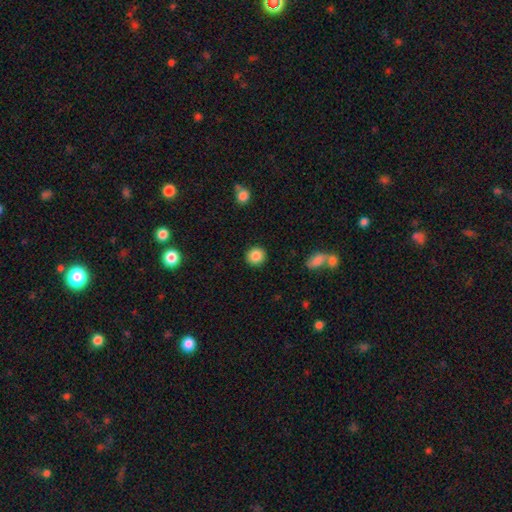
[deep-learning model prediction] This appears to be a smooth galaxy with no disk features (87%) that is round (89%). Merging: none (90%).